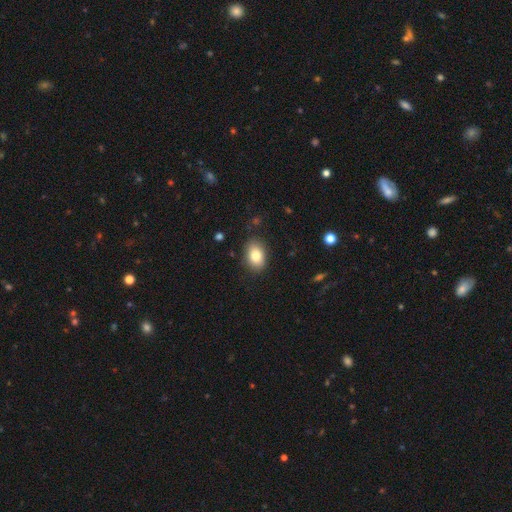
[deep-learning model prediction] A smooth galaxy with no disk features (82%) that is in between round and cigar-shaped (82%).

Vote fractions:
- Smooth or featured? smooth: 82% / featured or disk: 10% / star or artifact: 8%
- How rounded? in between: 82% / round: 17% / cigar-shaped: 1%
- Merging? none: 85% / minor disturbance: 11% / major disturbance: 3% / merger: 1%